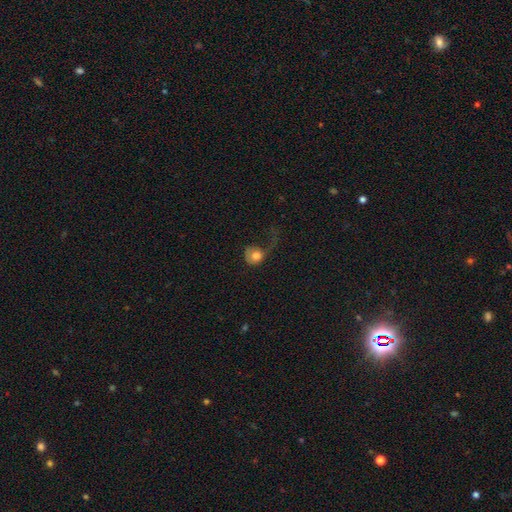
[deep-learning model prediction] Overall: smooth (68%). How rounded: round (75%). Merging: major disturbance (60%).